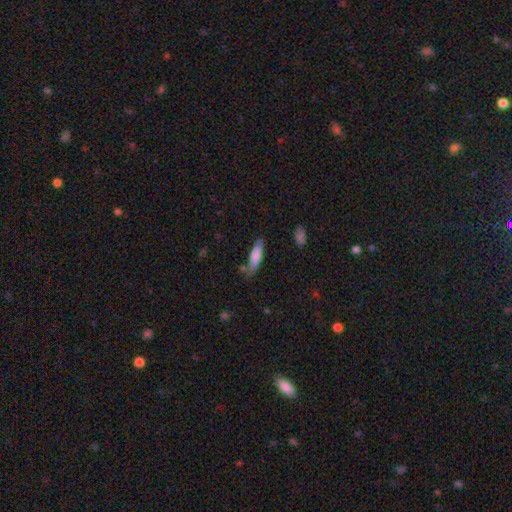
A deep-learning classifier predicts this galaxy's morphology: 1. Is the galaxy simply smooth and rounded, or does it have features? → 79% smooth, 15% featured or disk, 6% star or artifact.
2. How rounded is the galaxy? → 69% cigar-shaped, 30% in between, 1% round.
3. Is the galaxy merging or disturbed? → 73% none, 18% minor disturbance, 5% merger, 4% major disturbance.